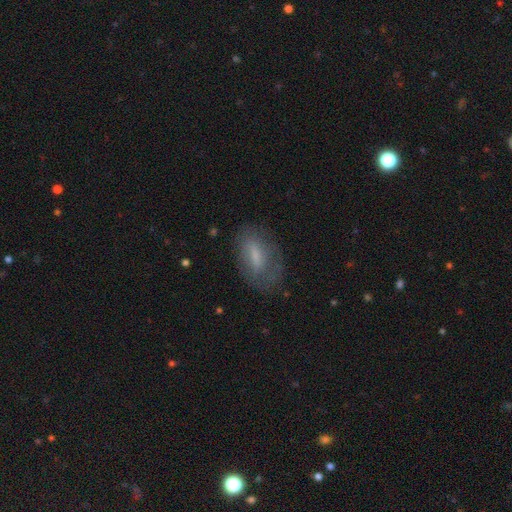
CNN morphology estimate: A smooth galaxy with no disk features (60%) that is in between round and cigar-shaped (77%).

Vote fractions:
- Smooth or featured? smooth: 60% / featured or disk: 32% / star or artifact: 9%
- How rounded? in between: 77% / cigar-shaped: 19% / round: 5%
- Merging? none: 67% / minor disturbance: 20% / major disturbance: 11% / merger: 2%